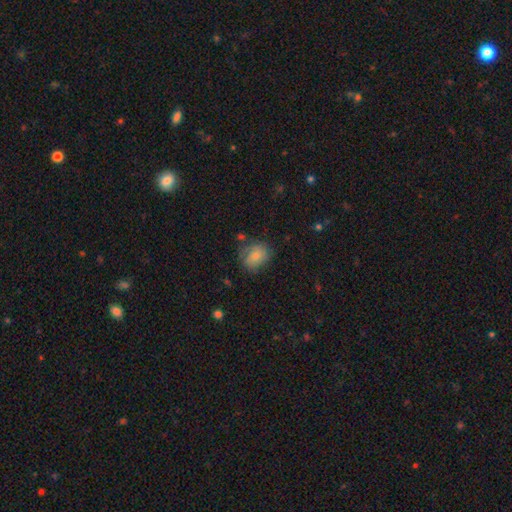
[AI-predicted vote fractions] Smooth or featured?
  - smooth: 60% *
  - featured or disk: 31%
  - star or artifact: 9%
How rounded?
  - in between: 53% *
  - round: 46%
  - cigar-shaped: 1%
Merging?
  - none: 58% *
  - minor disturbance: 26%
  - major disturbance: 13%
  - merger: 3%